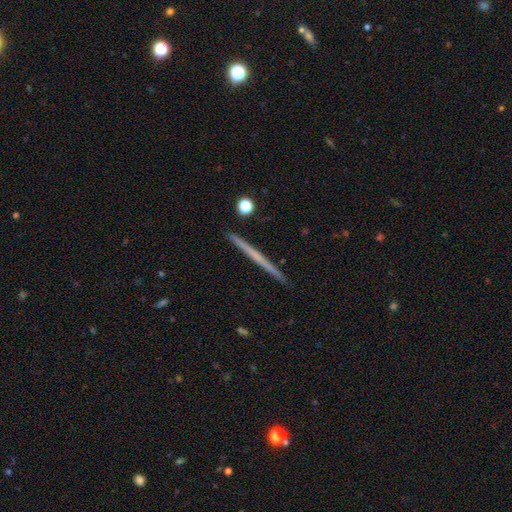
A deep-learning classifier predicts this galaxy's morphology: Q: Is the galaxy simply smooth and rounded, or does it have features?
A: featured or disk — 56%.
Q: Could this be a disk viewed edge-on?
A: yes — 98%.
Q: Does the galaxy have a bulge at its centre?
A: none — 89%.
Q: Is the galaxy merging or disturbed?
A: none — 93%.